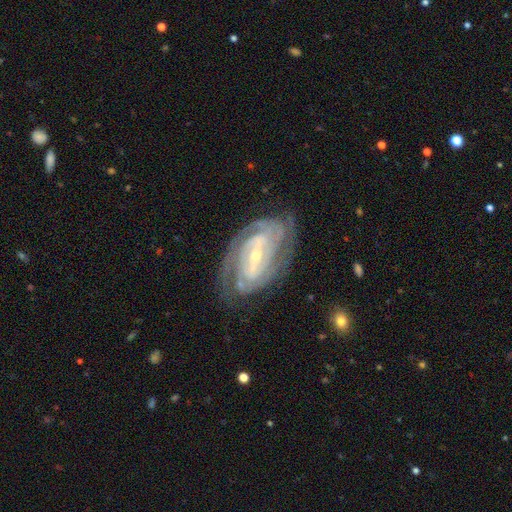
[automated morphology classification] smooth-or-featured: featured or disk: 90% | smooth: 5% | star or artifact: 5%
  disk-edge-on: no: 95% | yes: 5%
    bar: strong: 48% | weak: 36% | no: 16%
    has-spiral-arms: yes: 97% | no: 3%
      spiral-winding: tight: 71% | medium: 25% | loose: 4%
      spiral-arm-count: 2: 31% | 3: 24% | can't tell: 21% | 4: 14% | more than 4: 5% | 1: 5%
    bulge-size: small: 64% | moderate: 33% | large: 2% | none: 1% | dominant: 1%
  merging: none: 75% | minor disturbance: 17% | major disturbance: 6% | merger: 1%